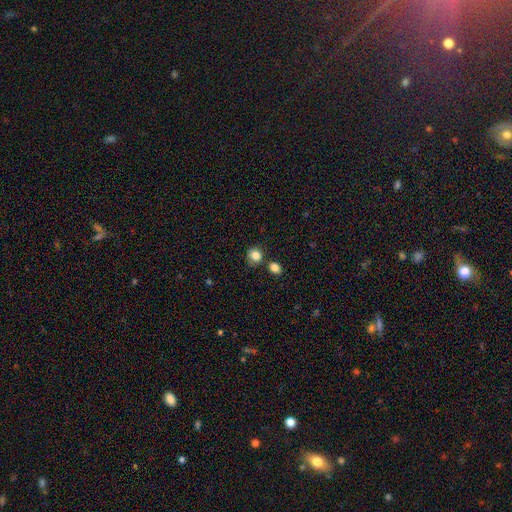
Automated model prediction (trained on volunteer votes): Smooth or featured? smooth (84%)
How rounded? round (78%)
Merging? none (71%)